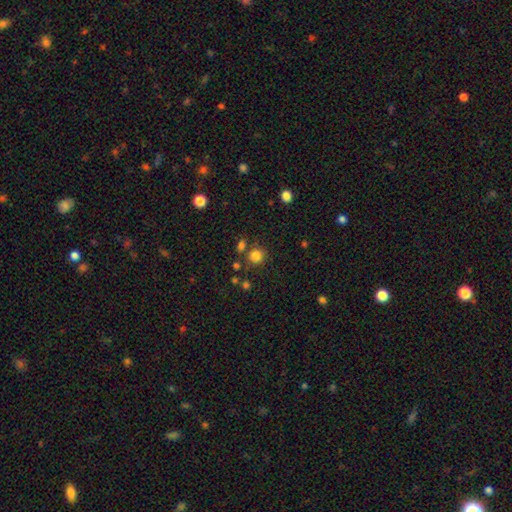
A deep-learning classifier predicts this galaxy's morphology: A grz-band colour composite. It shows a smooth galaxy with no disk features (81%) that is round (88%). Merging: none (76%).